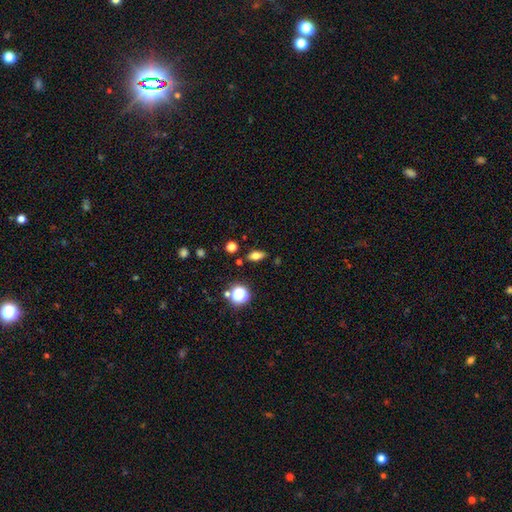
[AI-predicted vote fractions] Smooth or featured? Predicted: smooth (p=0.69). How rounded? Predicted: in between (p=0.75). Merging? Predicted: none (p=0.84).